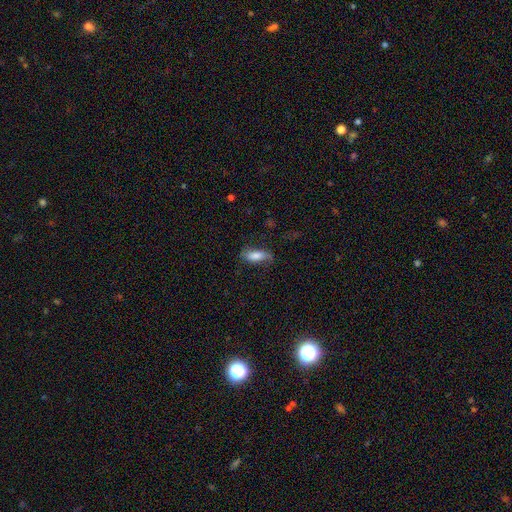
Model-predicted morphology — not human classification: Overall: smooth (74%). How rounded: in between (71%). Merging: none (66%).